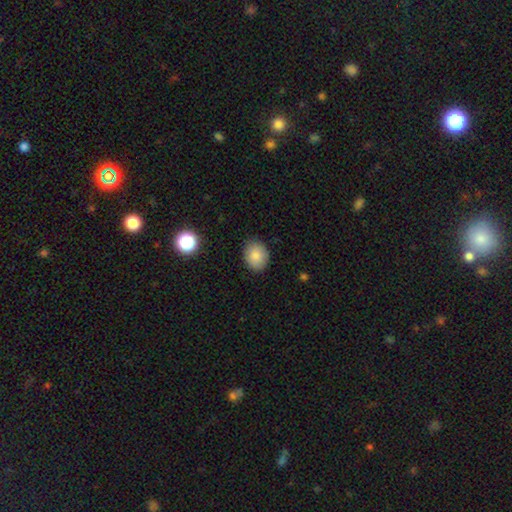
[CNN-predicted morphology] A smooth galaxy with no disk features (85%) that is in between round and cigar-shaped (52%). Merging: none (85%).